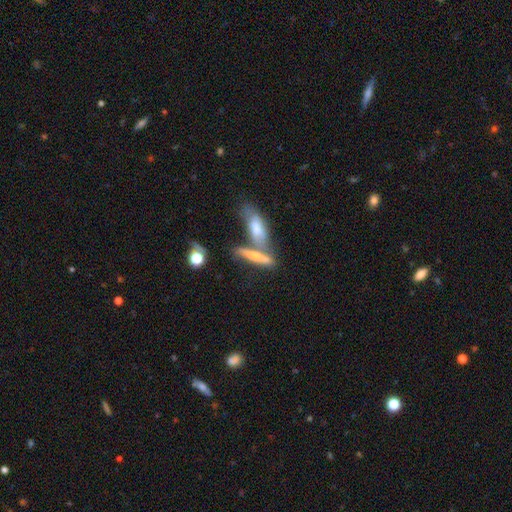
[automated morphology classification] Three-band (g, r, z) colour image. It shows a featured or disk galaxy (49%). Merging: merger (46%).